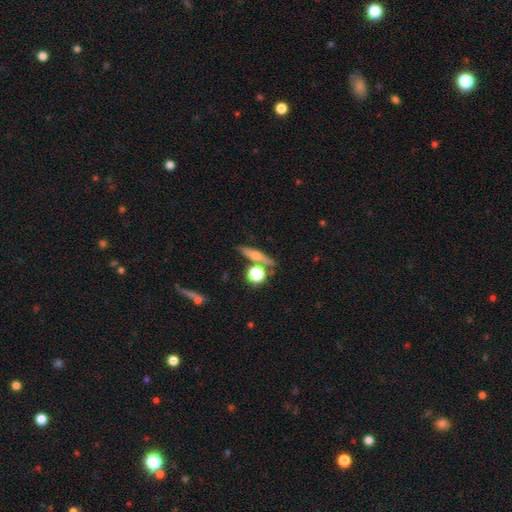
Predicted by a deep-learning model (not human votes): Morphology: type=featured or disk (46%); merging=none (76%).